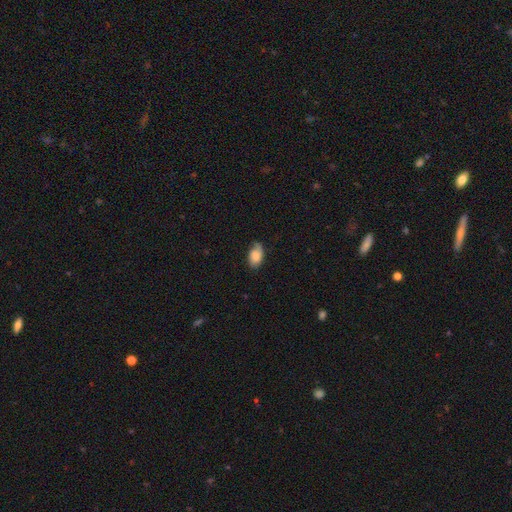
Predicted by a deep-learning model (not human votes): smooth 73%, featured or disk 20%, star or artifact 7%. Down the decision tree: how rounded — in between (92%); merging — none (67%).